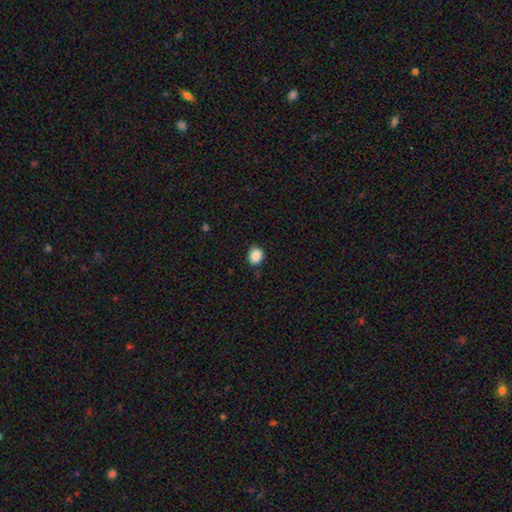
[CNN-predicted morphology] Smooth or featured?
  - smooth: 88% *
  - star or artifact: 9%
  - featured or disk: 3%
How rounded?
  - round: 74% *
  - in between: 25%
  - cigar-shaped: 1%
Merging?
  - none: 83% *
  - minor disturbance: 13%
  - major disturbance: 3%
  - merger: 1%